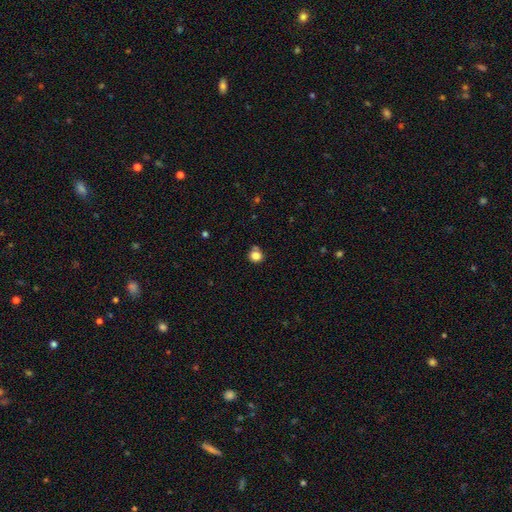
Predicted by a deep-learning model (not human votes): The model was most divided on "merging": none: 72%, minor disturbance: 15%, merger: 9%, major disturbance: 4%. More confident: how rounded — round (89%); smooth or featured — smooth (82%).